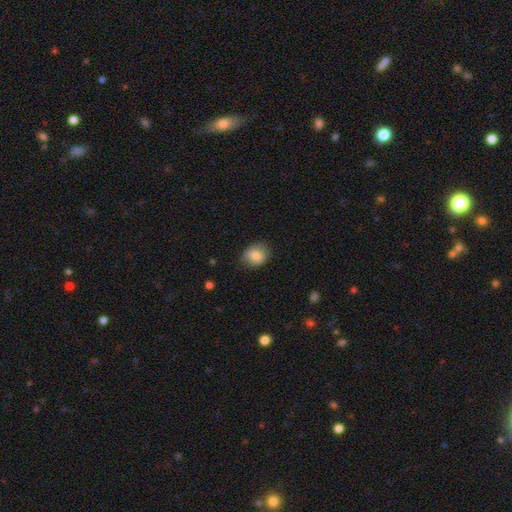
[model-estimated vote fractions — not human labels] Smooth or featured? Predicted: smooth (p=0.80). How rounded? Predicted: round (p=0.52). Merging? Predicted: none (p=0.75).